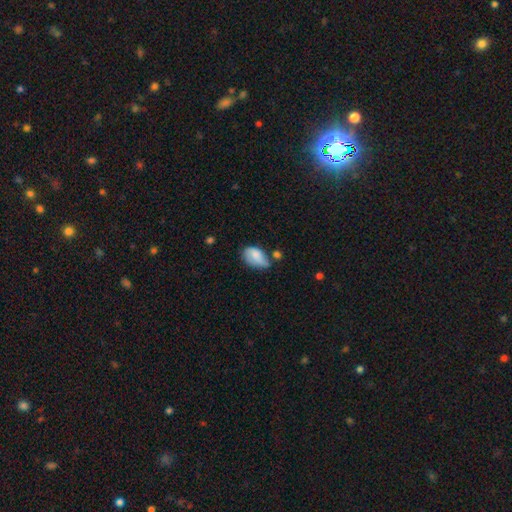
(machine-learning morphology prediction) Overall: smooth (73%). How rounded: in between (90%). Merging: minor disturbance (40%; none 30%).